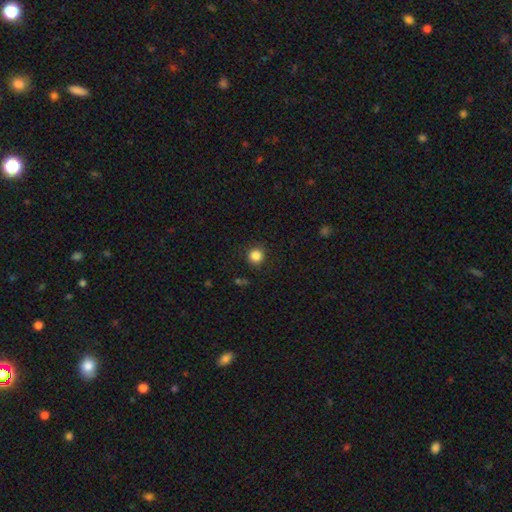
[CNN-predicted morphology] This is clearly a smooth galaxy (85%). How rounded: clearly round (93%). Merging: clearly none (90%).